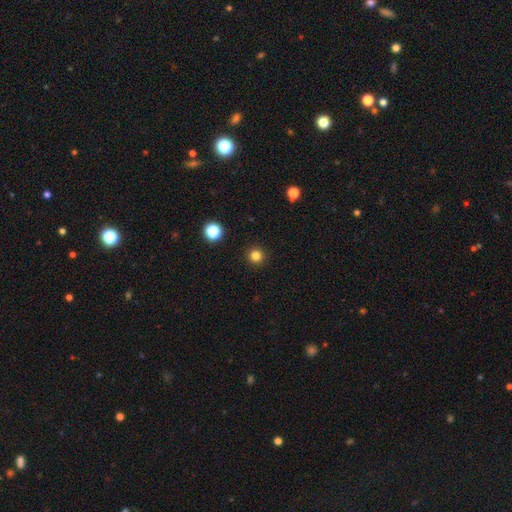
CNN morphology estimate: A smooth galaxy with no disk features (82%) that is round (96%).

Vote fractions:
- Smooth or featured? smooth: 82% / star or artifact: 14% / featured or disk: 4%
- How rounded? round: 96% / in between: 4% / cigar-shaped: 1%
- Merging? none: 93% / minor disturbance: 5% / major disturbance: 2% / merger: 1%